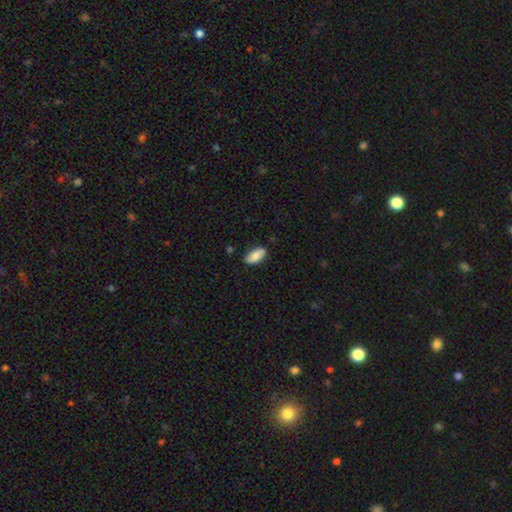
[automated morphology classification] smooth-or-featured: smooth: 75% | featured or disk: 18% | star or artifact: 7%
  how-rounded: in between: 91% | cigar-shaped: 6% | round: 3%
  merging: none: 80% | minor disturbance: 15% | major disturbance: 3% | merger: 2%